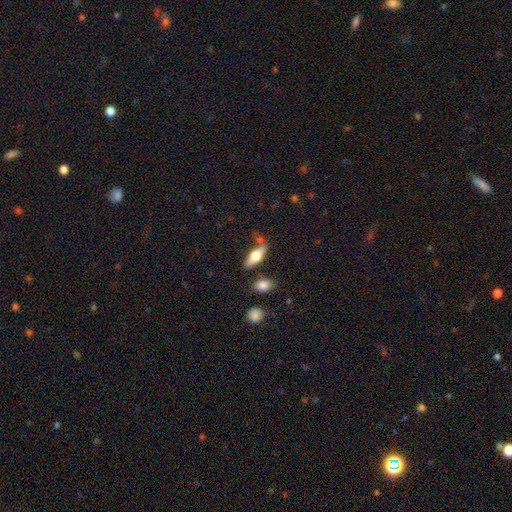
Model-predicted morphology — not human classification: Smooth or featured?
  - smooth: 51% *
  - featured or disk: 42%
  - star or artifact: 7%
How rounded?
  - in between: 61% *
  - cigar-shaped: 35%
  - round: 4%
Merging?
  - none: 64% *
  - minor disturbance: 18%
  - merger: 11%
  - major disturbance: 7%